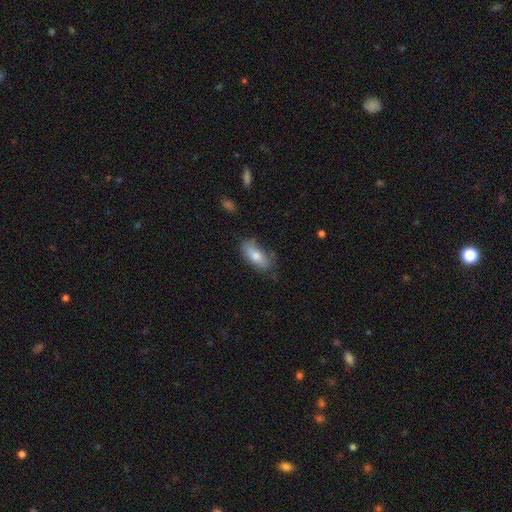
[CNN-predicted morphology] smooth-or-featured: smooth: 75% | featured or disk: 19% | star or artifact: 7%
  how-rounded: in between: 79% | cigar-shaped: 19% | round: 3%
  merging: none: 68% | minor disturbance: 24% | major disturbance: 6% | merger: 2%